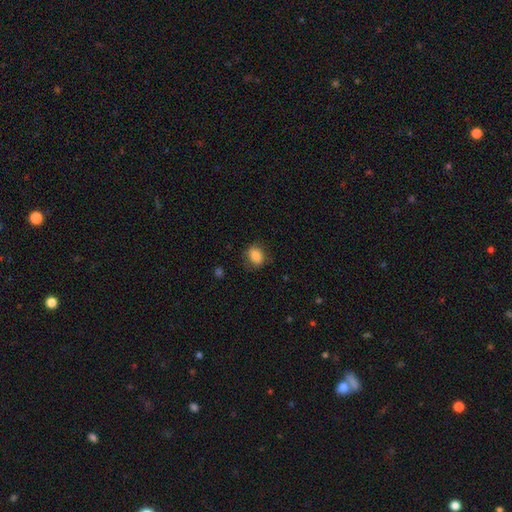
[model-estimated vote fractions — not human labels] A smooth galaxy with no disk features (83%) that is in between round and cigar-shaped (54%). Merging: none (76%).